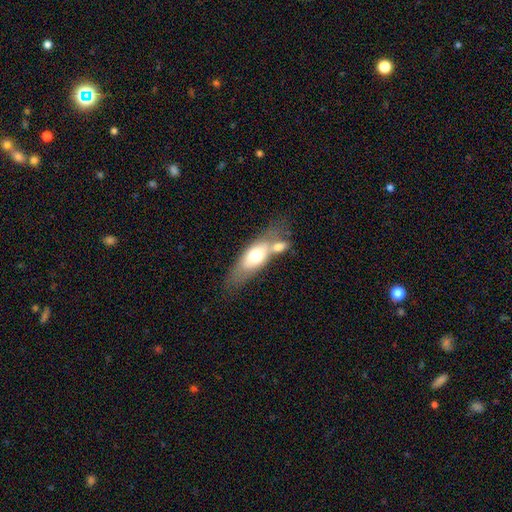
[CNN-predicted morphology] This is possibly a smooth galaxy (60%). How rounded: likely in between (71%). Merging: possibly merger (48%).